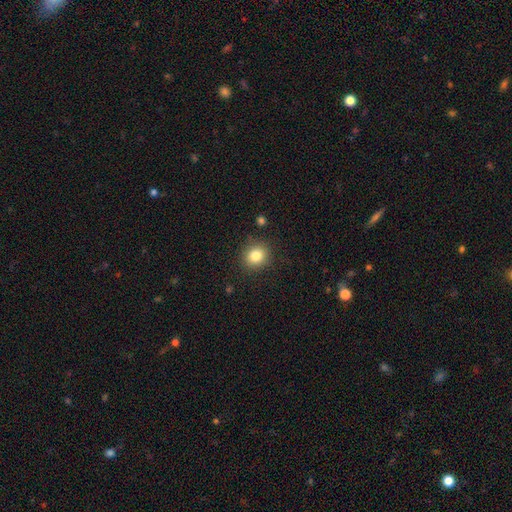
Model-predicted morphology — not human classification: Smooth or featured: smooth — 82% (star or artifact — 11%)
How rounded: round — 76% (in between — 23%)
Merging: none — 87% (minor disturbance — 9%)